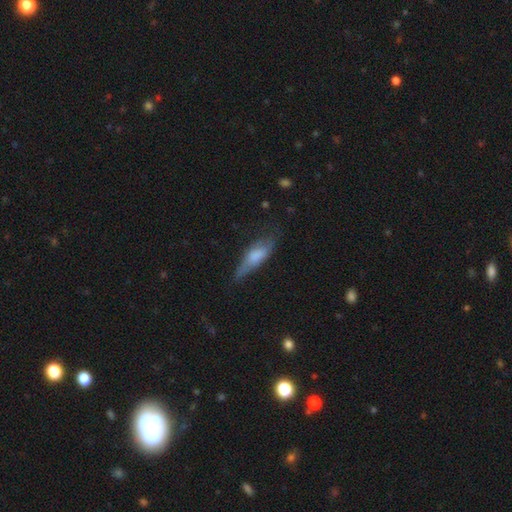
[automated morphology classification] A smooth galaxy with no disk features (62%) that is in between round and cigar-shaped (55%).

Vote fractions:
- Smooth or featured? smooth: 62% / featured or disk: 30% / star or artifact: 7%
- How rounded? in between: 55% / cigar-shaped: 42% / round: 3%
- Merging? none: 46% / minor disturbance: 35% / major disturbance: 16% / merger: 3%